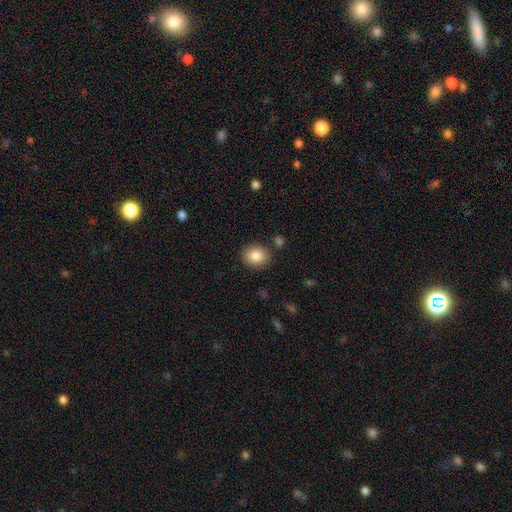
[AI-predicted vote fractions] The model was most divided on "how rounded": round: 69%, in between: 31%, cigar-shaped: 1%. More confident: merging — none (86%); smooth or featured — smooth (85%).